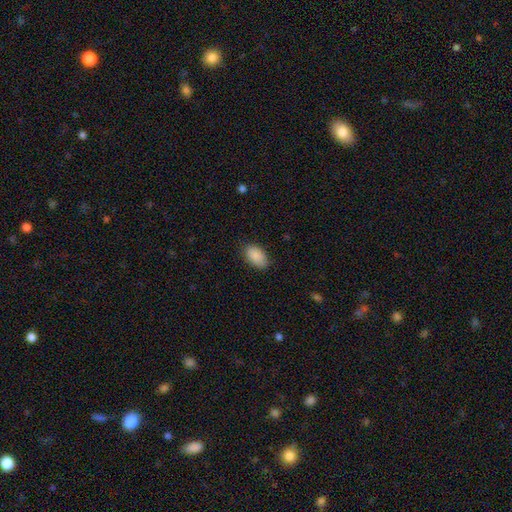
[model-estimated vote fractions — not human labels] This is clearly a smooth galaxy (90%). How rounded: clearly in between (94%). Merging: clearly none (83%).